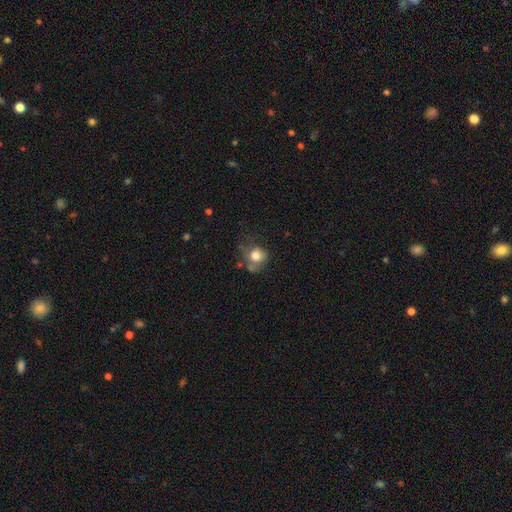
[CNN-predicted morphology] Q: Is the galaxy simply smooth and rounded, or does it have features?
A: smooth — 76%.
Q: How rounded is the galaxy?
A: round — 76%.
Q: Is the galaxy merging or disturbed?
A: none — 46%.